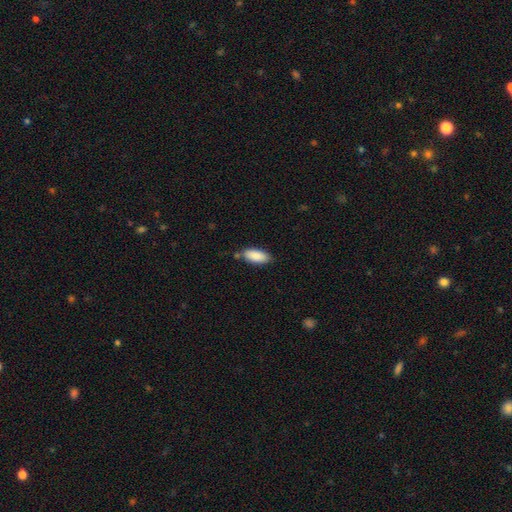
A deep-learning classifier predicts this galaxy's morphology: A smooth galaxy with no disk features (89%) that is in between round and cigar-shaped (86%).

Vote fractions:
- Smooth or featured? smooth: 89% / star or artifact: 6% / featured or disk: 5%
- How rounded? in between: 86% / cigar-shaped: 12% / round: 2%
- Merging? none: 74% / minor disturbance: 17% / merger: 6% / major disturbance: 3%